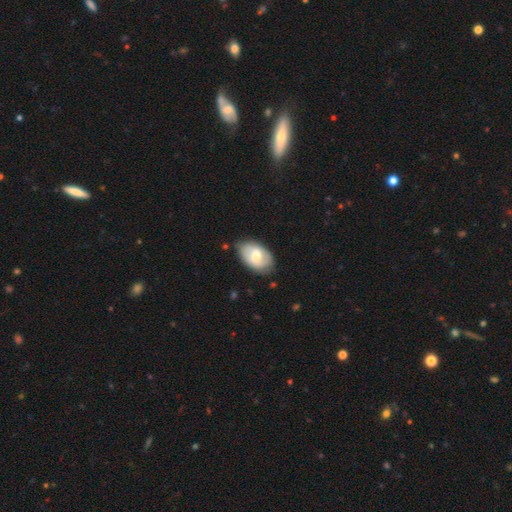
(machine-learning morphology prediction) Overall: smooth (62%; featured or disk 32%). How rounded: in between (91%). Merging: none (71%).